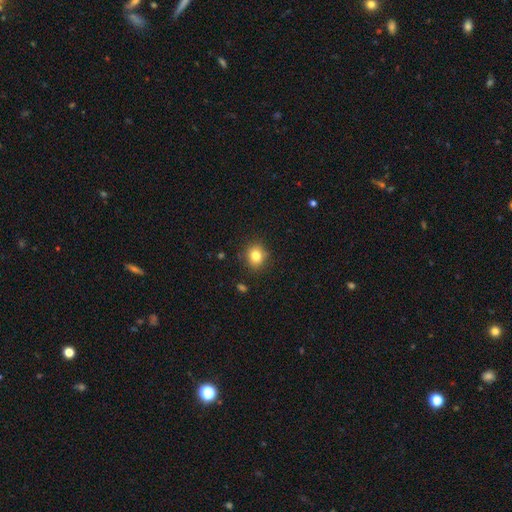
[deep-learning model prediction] smooth-or-featured: smooth: 81% | star or artifact: 11% | featured or disk: 8%
  how-rounded: round: 76% | in between: 23% | cigar-shaped: 1%
  merging: none: 86% | minor disturbance: 10% | major disturbance: 2% | merger: 2%